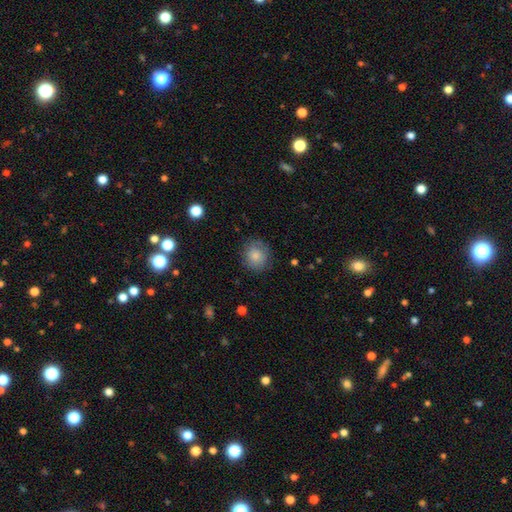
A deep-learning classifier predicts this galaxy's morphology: A smooth galaxy with no disk features (81%) that is round (83%). Merging: none (82%).